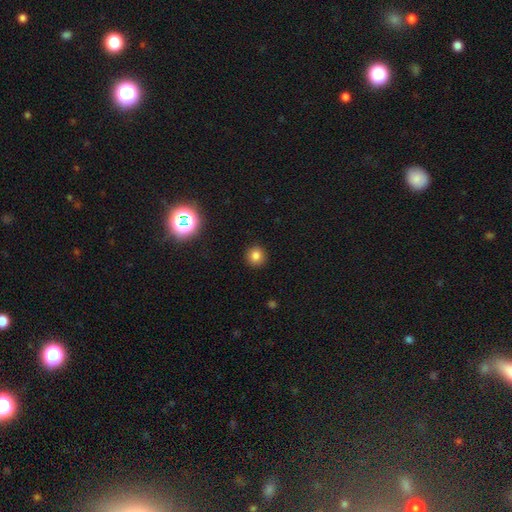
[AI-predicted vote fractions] Q: Smooth or featured?
A: smooth (79%); runner-up: star or artifact (15%)
Q: How rounded?
A: round (92%); runner-up: in between (7%)
Q: Merging?
A: none (92%); runner-up: minor disturbance (5%)